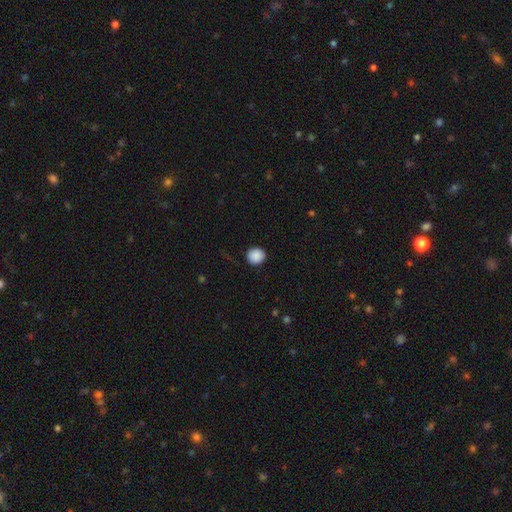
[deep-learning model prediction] Q: Smooth or featured?
A: smooth (89%); runner-up: star or artifact (8%)
Q: How rounded?
A: round (91%); runner-up: in between (8%)
Q: Merging?
A: none (90%); runner-up: minor disturbance (7%)